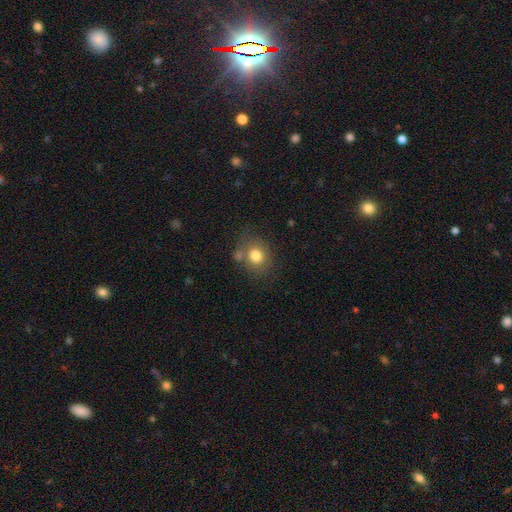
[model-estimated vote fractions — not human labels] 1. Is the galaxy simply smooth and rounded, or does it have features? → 78% smooth, 12% featured or disk, 10% star or artifact.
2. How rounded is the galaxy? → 66% round, 33% in between, 1% cigar-shaped.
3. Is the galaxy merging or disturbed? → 60% none, 17% merger, 16% minor disturbance, 6% major disturbance.